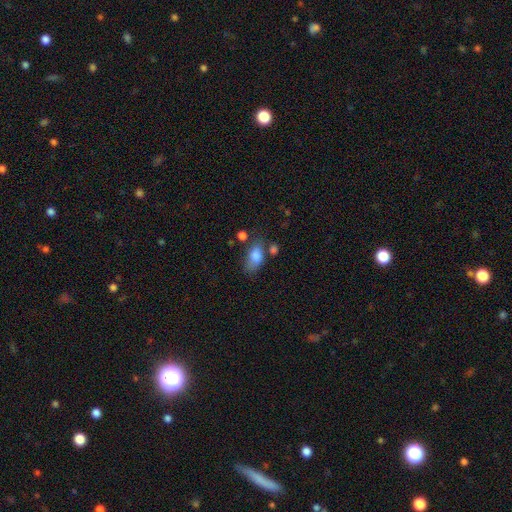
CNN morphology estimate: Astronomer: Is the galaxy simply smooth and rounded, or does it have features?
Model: smooth — 80%.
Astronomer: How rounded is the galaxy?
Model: in between — 89%.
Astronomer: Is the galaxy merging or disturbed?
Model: none — 44% (runner-up: minor disturbance, 28%).